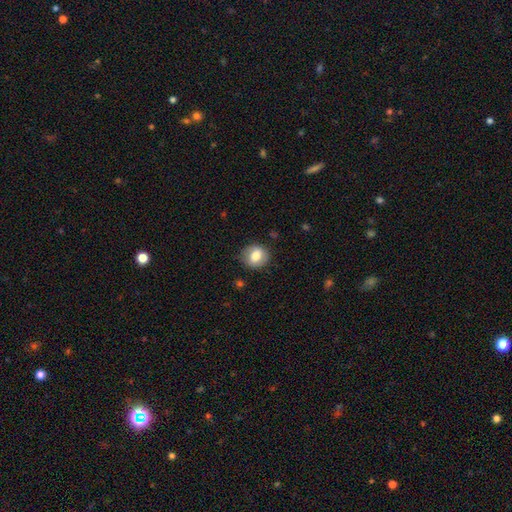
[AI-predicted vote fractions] A smooth galaxy with no disk features (76%) that is round (72%). Merging: none (81%).